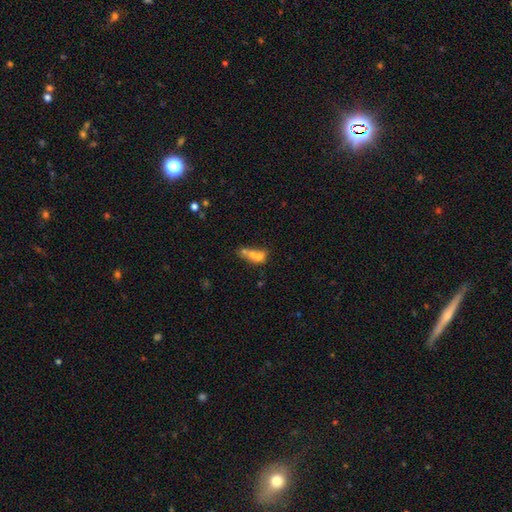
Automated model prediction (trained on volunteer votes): A smooth galaxy with no disk features (59%) that is in between round and cigar-shaped (51%).

Vote fractions:
- Smooth or featured? smooth: 59% / featured or disk: 28% / star or artifact: 13%
- How rounded? in between: 51% / round: 42% / cigar-shaped: 6%
- Merging? merger: 66% / none: 19% / minor disturbance: 7% / major disturbance: 7%